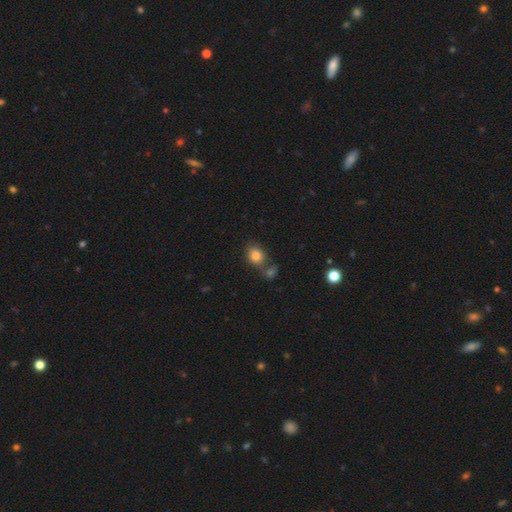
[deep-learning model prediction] This is clearly a smooth galaxy (83%). How rounded: possibly in between (51%). Merging: possibly none (58%).